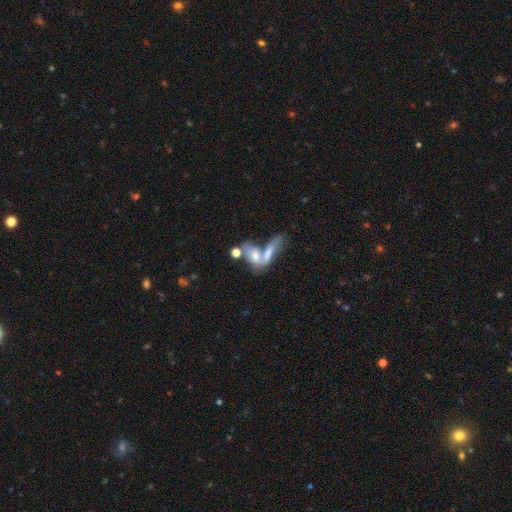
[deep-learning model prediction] This appears to be a smooth galaxy with no disk features (58%) that is in between round and cigar-shaped (74%). Merging: merger (65%).